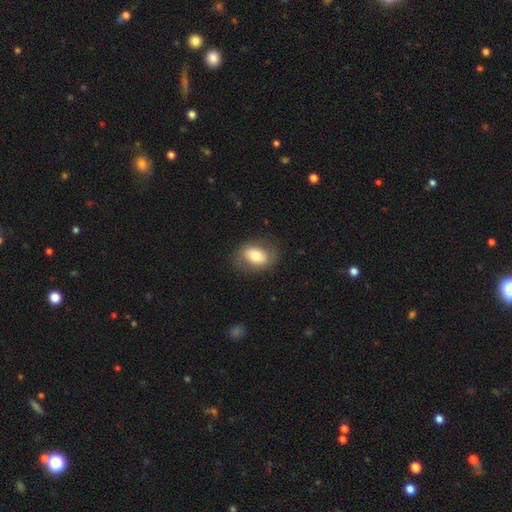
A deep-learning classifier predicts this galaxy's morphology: Smooth or featured?
  - smooth: 68% *
  - featured or disk: 24%
  - star or artifact: 7%
How rounded?
  - in between: 76% *
  - round: 23%
  - cigar-shaped: 2%
Merging?
  - none: 77% *
  - minor disturbance: 15%
  - major disturbance: 6%
  - merger: 1%